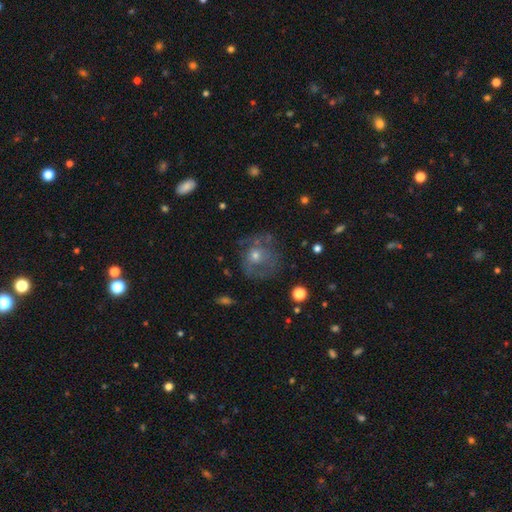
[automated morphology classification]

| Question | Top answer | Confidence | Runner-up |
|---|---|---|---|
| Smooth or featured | featured or disk | 52% | smooth (35%) |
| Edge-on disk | no | 97% | yes (3%) |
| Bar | no | 84% | weak (13%) |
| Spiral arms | yes | 51% | no (49%) |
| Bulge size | moderate | 48% | small (46%) |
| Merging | none | 58% | minor disturbance (21%) |